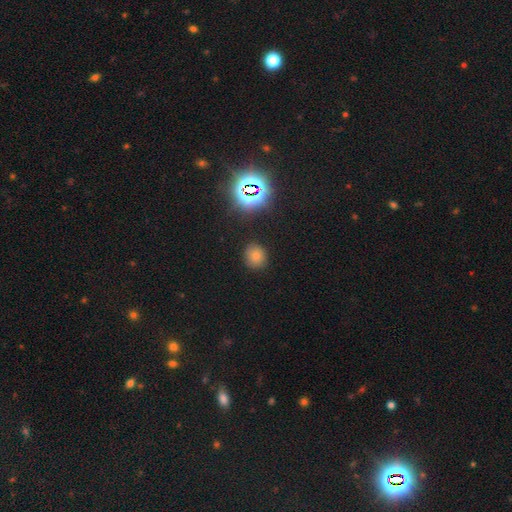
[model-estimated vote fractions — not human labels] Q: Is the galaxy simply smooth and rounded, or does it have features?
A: smooth — 70%.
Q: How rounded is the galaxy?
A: round — 76%.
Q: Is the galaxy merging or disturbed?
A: none — 85%.